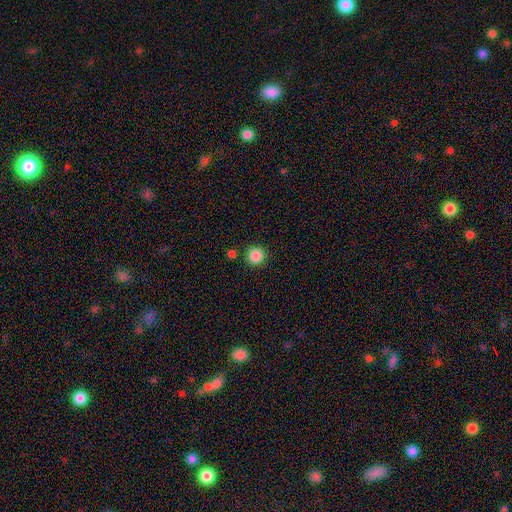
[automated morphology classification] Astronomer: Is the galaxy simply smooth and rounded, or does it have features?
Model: smooth — 86%.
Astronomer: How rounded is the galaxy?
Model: round — 95%.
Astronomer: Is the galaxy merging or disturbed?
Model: none — 87%.